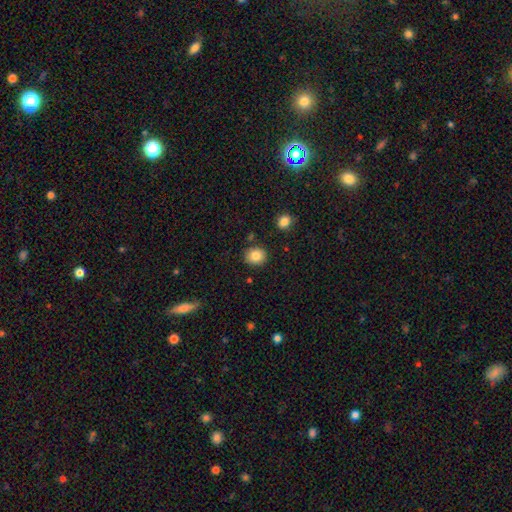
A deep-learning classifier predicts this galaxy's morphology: Smooth or featured: smooth — 84% (star or artifact — 9%)
How rounded: round — 77% (in between — 22%)
Merging: none — 87% (minor disturbance — 8%)